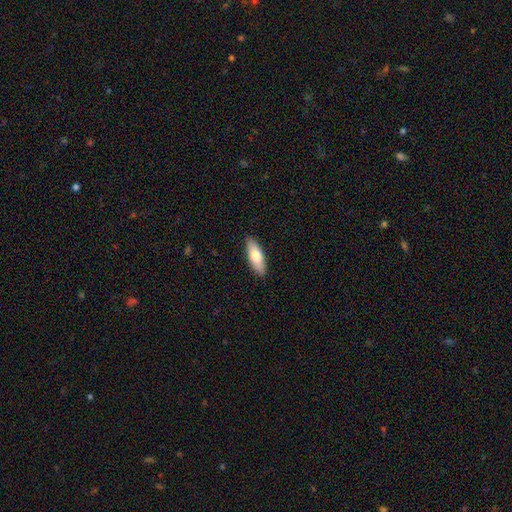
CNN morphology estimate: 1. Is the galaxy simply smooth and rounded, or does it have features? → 73% smooth, 21% featured or disk, 5% star or artifact.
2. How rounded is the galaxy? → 65% in between, 33% cigar-shaped, 2% round.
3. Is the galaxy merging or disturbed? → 89% none, 8% minor disturbance, 2% major disturbance, 1% merger.